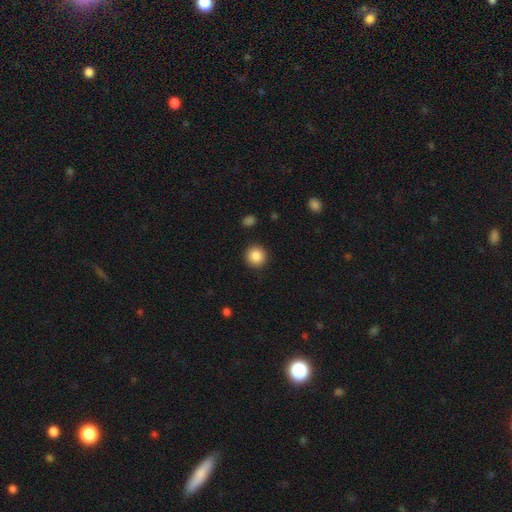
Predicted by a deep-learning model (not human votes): Smooth or featured?
  - smooth: 87% *
  - star or artifact: 9%
  - featured or disk: 4%
How rounded?
  - round: 95% *
  - in between: 4%
  - cigar-shaped: 1%
Merging?
  - none: 92% *
  - minor disturbance: 5%
  - major disturbance: 2%
  - merger: 1%